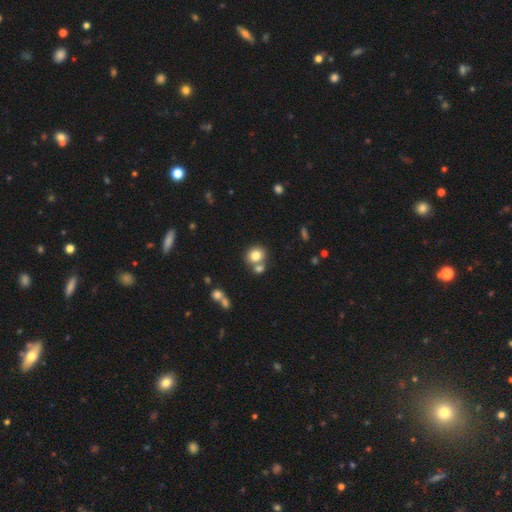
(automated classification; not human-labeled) Q: Smooth or featured?
A: smooth (79%); runner-up: star or artifact (11%)
Q: How rounded?
A: round (74%); runner-up: in between (25%)
Q: Merging?
A: none (59%); runner-up: merger (28%)